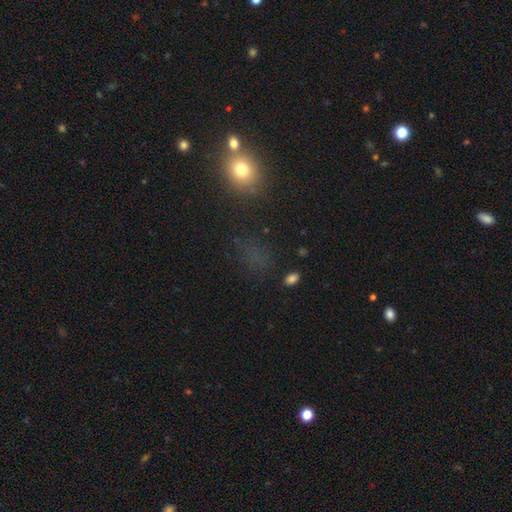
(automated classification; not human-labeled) smooth 51%, star or artifact 39%, featured or disk 10%. Down the decision tree: how rounded — round (51%); merging — none (67%).